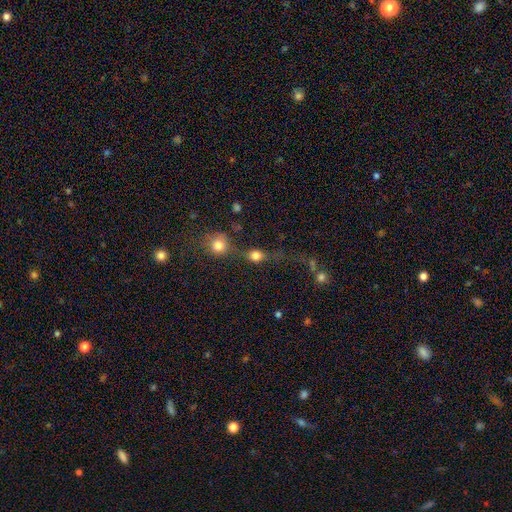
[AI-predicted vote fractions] A smooth galaxy with no disk features (74%) that is round (70%). Merging: none (45%).